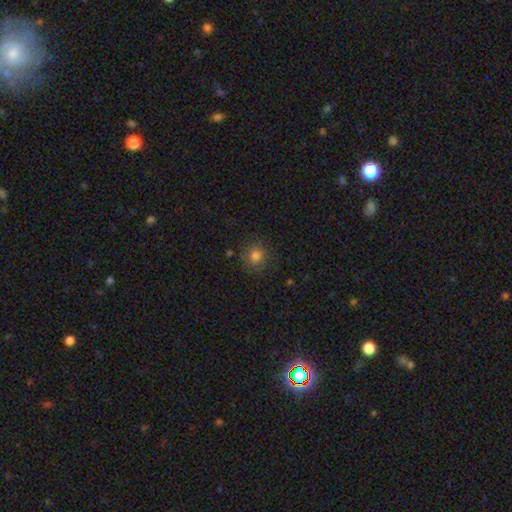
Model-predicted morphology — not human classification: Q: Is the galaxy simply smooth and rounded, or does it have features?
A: smooth — 80%.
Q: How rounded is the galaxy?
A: round — 89%.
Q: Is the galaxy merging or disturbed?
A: none — 85%.